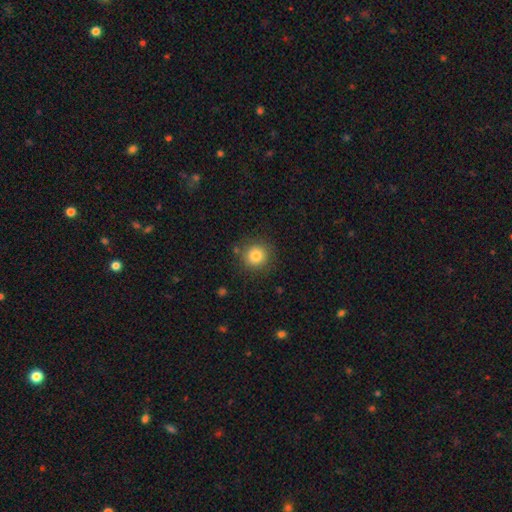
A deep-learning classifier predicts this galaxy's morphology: smooth_or_featured: smooth (p=0.83) [alt: star or artifact p=0.11]
how_rounded: round (p=0.93) [alt: in between p=0.07]
merging: none (p=0.86) [alt: minor disturbance p=0.09]